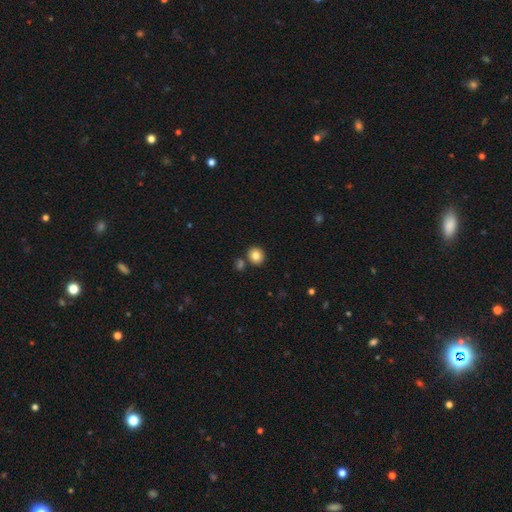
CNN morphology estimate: smooth-or-featured: smooth: 82% | star or artifact: 10% | featured or disk: 8%
  how-rounded: round: 84% | in between: 15% | cigar-shaped: 1%
  merging: none: 81% | merger: 9% | minor disturbance: 8% | major disturbance: 2%